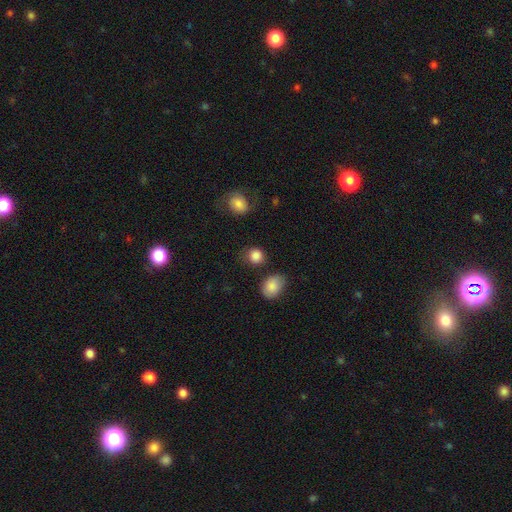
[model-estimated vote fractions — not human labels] Smooth or featured? smooth (87%)
How rounded? round (80%)
Merging? none (74%)